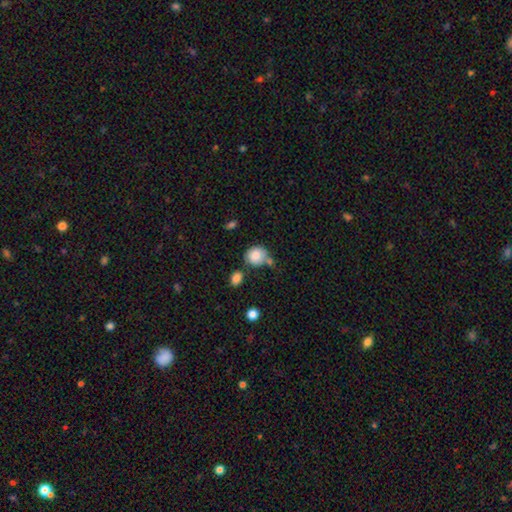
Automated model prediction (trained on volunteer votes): Smooth or featured? Predicted: smooth (p=0.84). How rounded? Predicted: round (p=0.77). Merging? Predicted: none (p=0.54).